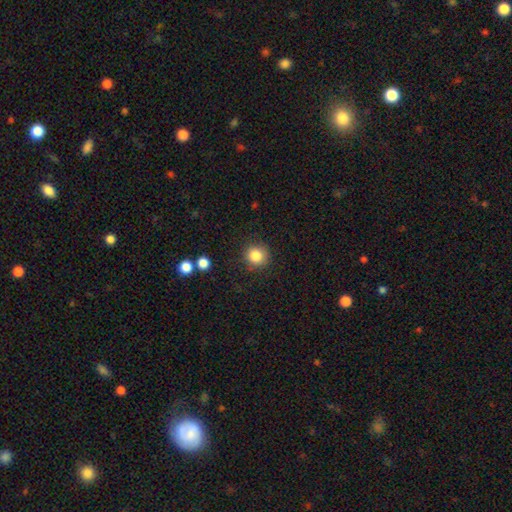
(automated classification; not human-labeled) This is clearly a smooth galaxy (84%). How rounded: clearly round (92%). Merging: clearly none (86%).